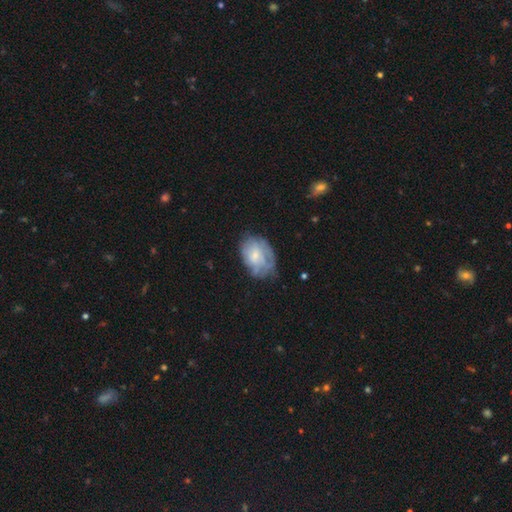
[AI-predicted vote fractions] smooth 48%, featured or disk 44%, star or artifact 8%. Down the decision tree: merging — none (48%).